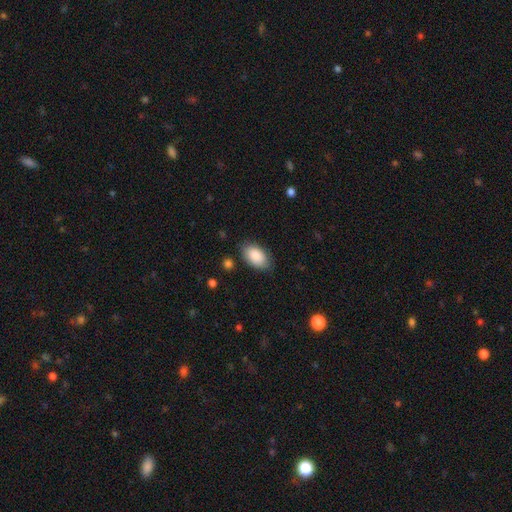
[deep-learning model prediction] A smooth galaxy with no disk features (88%) that is in between round and cigar-shaped (94%). Merging: none (81%).